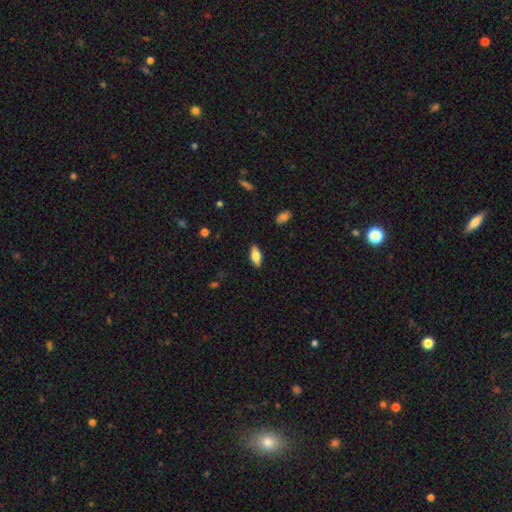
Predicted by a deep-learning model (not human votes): Smooth or featured? smooth (71%)
How rounded? in between (84%)
Merging? none (88%)